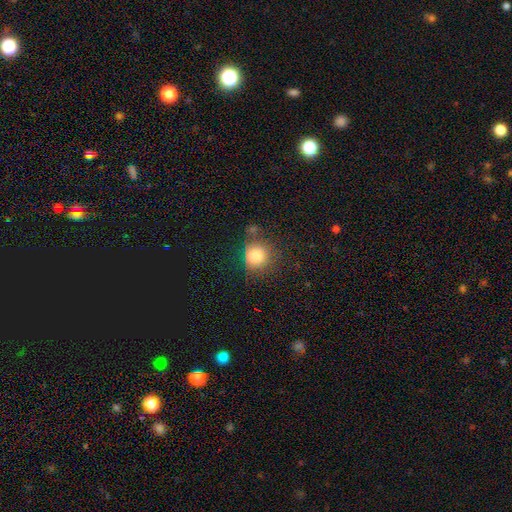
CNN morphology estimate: Q: Smooth or featured?
A: smooth (81%); runner-up: star or artifact (11%)
Q: How rounded?
A: round (88%); runner-up: in between (11%)
Q: Merging?
A: none (67%); runner-up: minor disturbance (20%)